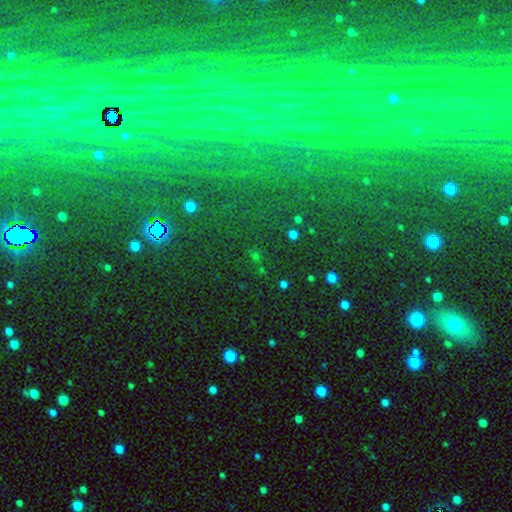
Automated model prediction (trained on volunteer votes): This appears to be a star or artifact, not a galaxy (62%).